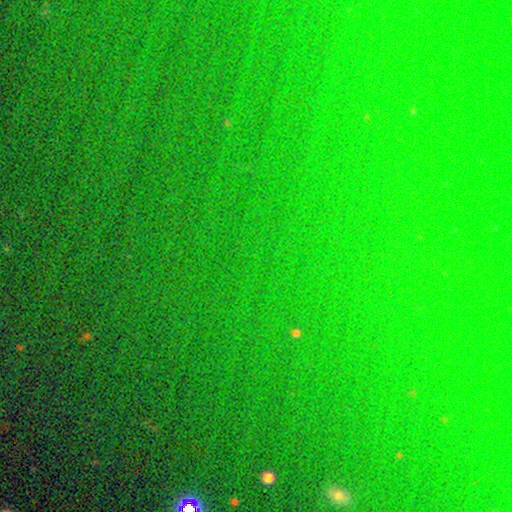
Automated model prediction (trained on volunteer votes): The model was most divided on "smooth or featured": star or artifact: 79%, smooth: 13%, featured or disk: 9%.